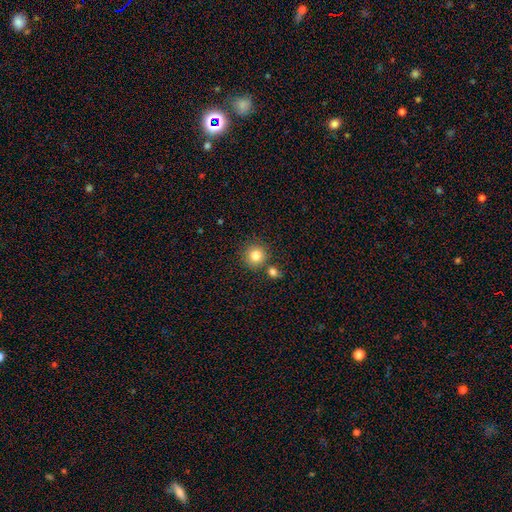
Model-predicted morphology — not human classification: The model was most divided on "merging": none: 77%, merger: 12%, minor disturbance: 8%, major disturbance: 3%. More confident: how rounded — round (93%); smooth or featured — smooth (83%).